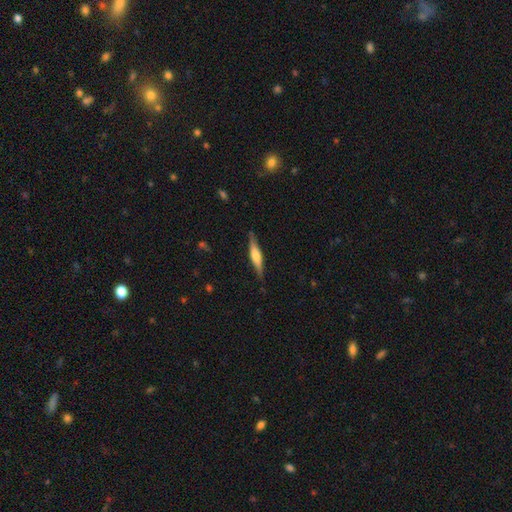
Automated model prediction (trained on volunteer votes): Overall: featured or disk (54%; smooth 40%). Edge-on disk: yes (95%). Edge-on bulge: rounded (69%). Merging: none (85%).